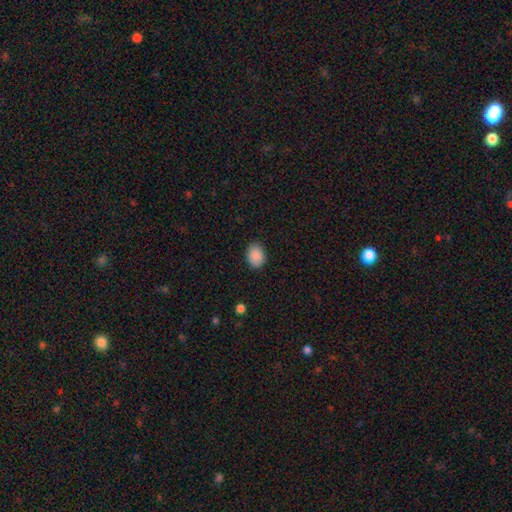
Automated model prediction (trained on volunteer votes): smooth 90%, star or artifact 8%, featured or disk 3%. Down the decision tree: how rounded — in between (68%); merging — none (86%).